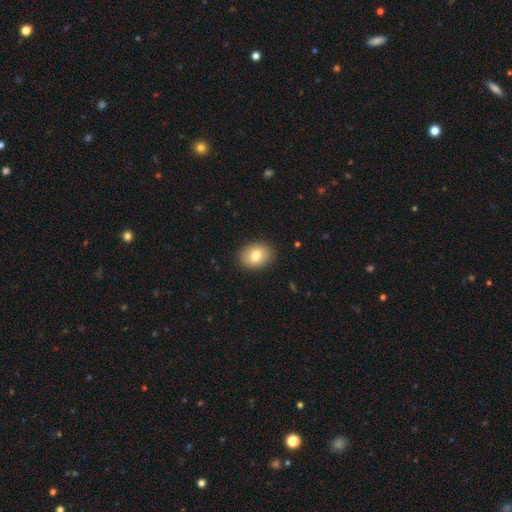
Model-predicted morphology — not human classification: type=smooth (78%); roundness=in between (66%); merging=none (89%).